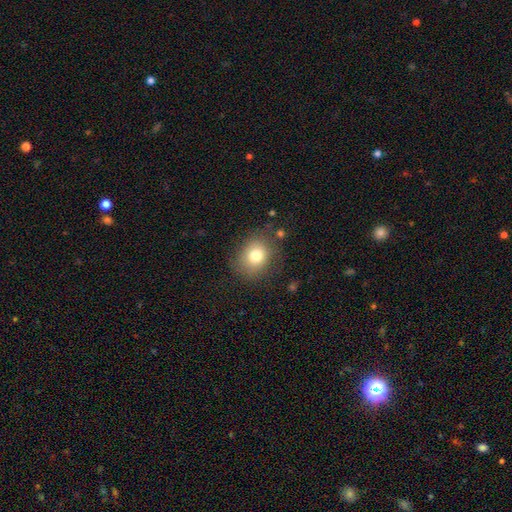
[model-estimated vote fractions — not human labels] Smooth or featured? smooth (77%)
How rounded? round (59%)
Merging? none (78%)